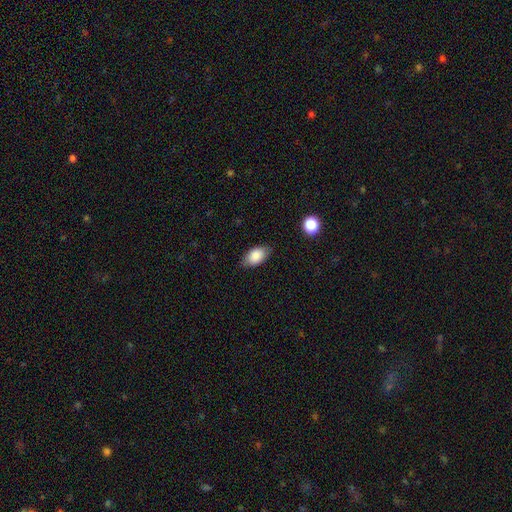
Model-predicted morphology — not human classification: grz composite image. It shows a smooth galaxy with no disk features (84%) that is in between round and cigar-shaped (91%). Merging: none (80%).